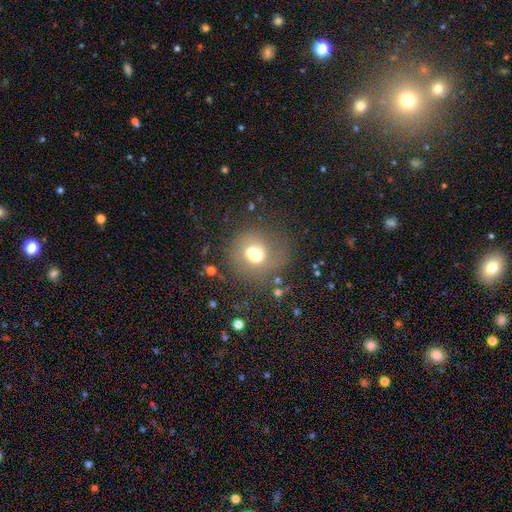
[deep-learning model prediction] Overall: smooth (57%; featured or disk 29%). How rounded: round (80%). Merging: none (38%; merger 37%).